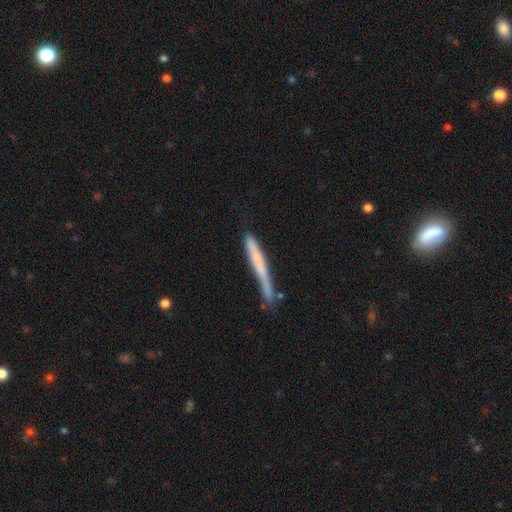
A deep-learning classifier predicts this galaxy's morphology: Smooth or featured? Predicted: smooth (p=0.57). How rounded? Predicted: cigar-shaped (p=0.97). Merging? Predicted: none (p=0.62).